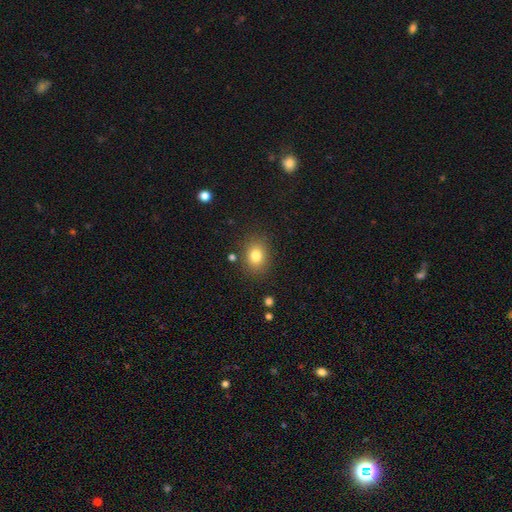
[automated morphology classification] Smooth or featured? smooth (80%)
How rounded? in between (51%)
Merging? none (84%)